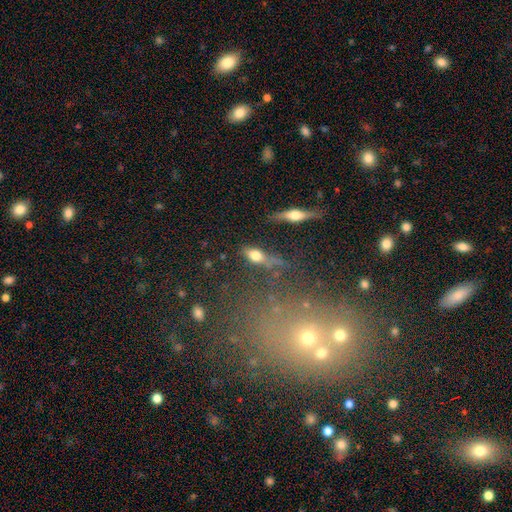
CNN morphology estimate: Q: Smooth or featured?
A: smooth (66%); runner-up: featured or disk (24%)
Q: How rounded?
A: in between (71%); runner-up: cigar-shaped (20%)
Q: Merging?
A: none (59%); runner-up: minor disturbance (21%)